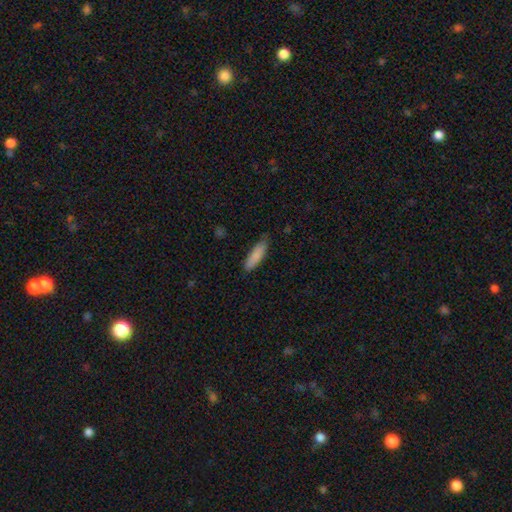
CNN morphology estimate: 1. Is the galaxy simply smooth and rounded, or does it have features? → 86% smooth, 8% featured or disk, 6% star or artifact.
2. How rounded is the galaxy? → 57% cigar-shaped, 41% in between, 2% round.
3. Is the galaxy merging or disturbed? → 75% none, 20% minor disturbance, 3% major disturbance, 1% merger.